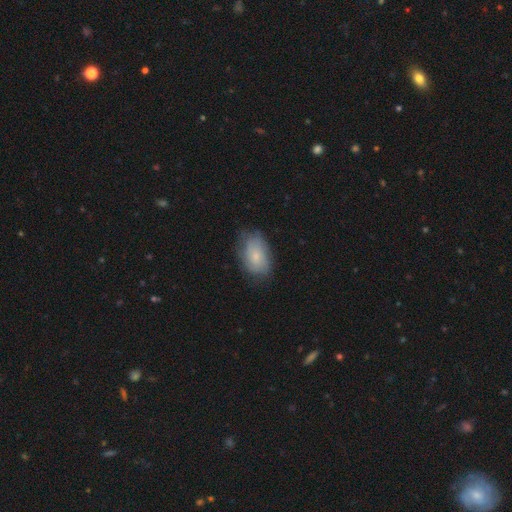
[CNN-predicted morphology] smooth-or-featured: smooth: 65% | featured or disk: 28% | star or artifact: 7%
  how-rounded: in between: 87% | round: 12% | cigar-shaped: 2%
  merging: none: 68% | minor disturbance: 23% | major disturbance: 7% | merger: 1%